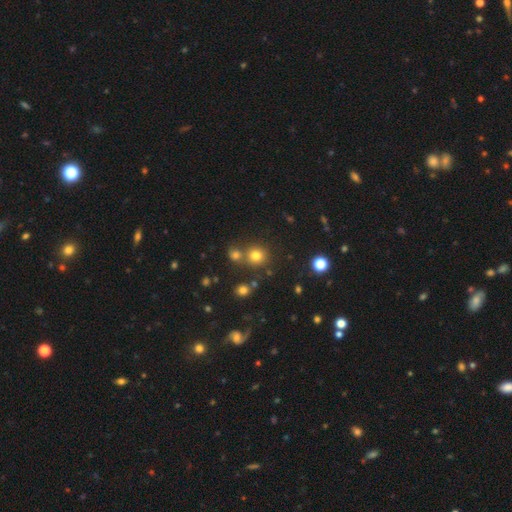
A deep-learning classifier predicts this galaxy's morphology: Q: Smooth or featured?
A: smooth (76%); runner-up: star or artifact (17%)
Q: How rounded?
A: round (89%); runner-up: in between (10%)
Q: Merging?
A: none (68%); runner-up: merger (21%)